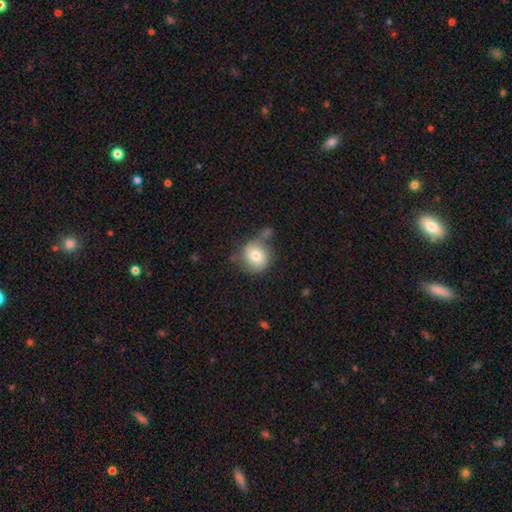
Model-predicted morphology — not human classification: This appears to be a smooth galaxy with no disk features (76%) that is round (82%). Merging: none (56%).